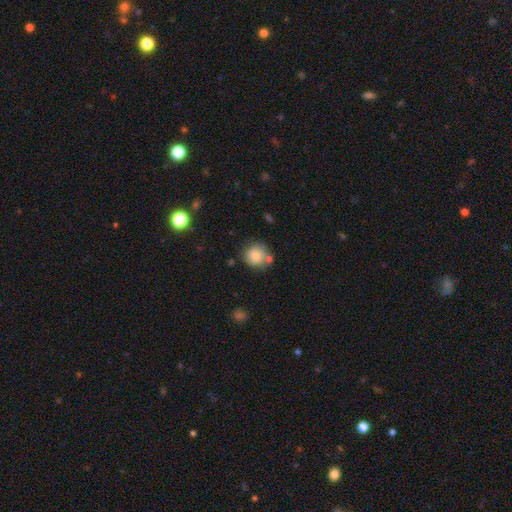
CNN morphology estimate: Smooth or featured? smooth (75%)
How rounded? round (88%)
Merging? none (66%)